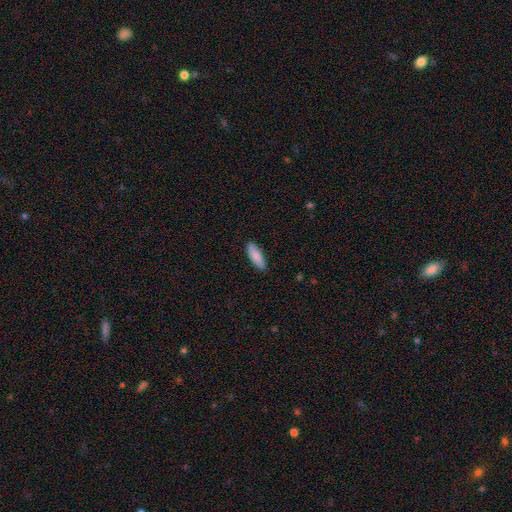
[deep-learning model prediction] Smooth or featured: smooth — 84% (featured or disk — 10%)
How rounded: in between — 57% (cigar-shaped — 41%)
Merging: none — 86% (minor disturbance — 11%)